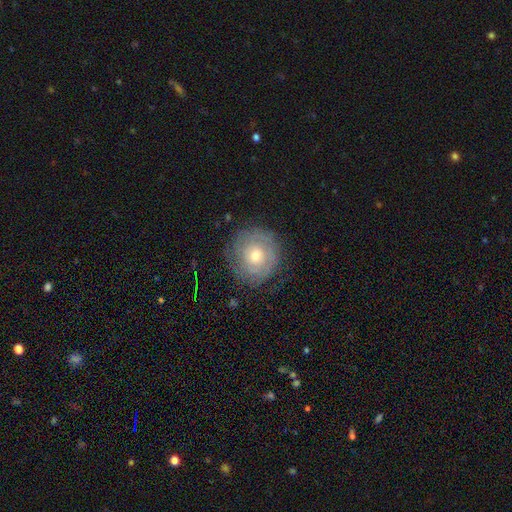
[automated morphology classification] smooth_or_featured: featured or disk (p=0.65) [alt: smooth p=0.27]
disk_edge_on: no (p=0.97) [alt: yes p=0.03]
bar: no (p=0.81) [alt: weak p=0.16]
has_spiral_arms: yes (p=0.81) [alt: no p=0.19]
spiral_winding: tight (p=0.79) [alt: medium p=0.16]
spiral_arm_count: can't tell (p=0.50) [alt: 2 p=0.24]
bulge_size: moderate (p=0.57) [alt: small p=0.37]
merging: none (p=0.81) [alt: minor disturbance p=0.13]